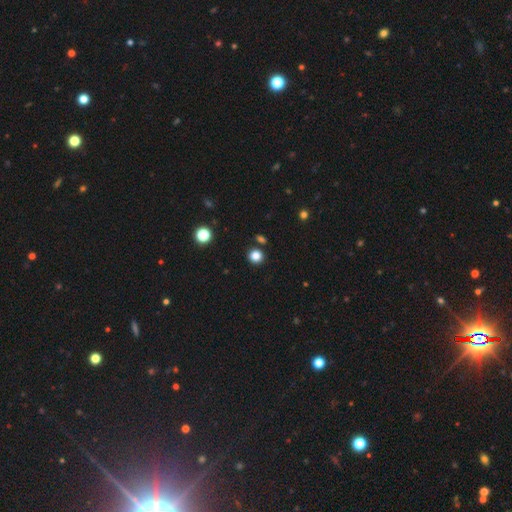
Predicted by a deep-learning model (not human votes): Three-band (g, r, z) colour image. It shows a smooth galaxy with no disk features (84%) that is round (91%). Merging: none (88%).